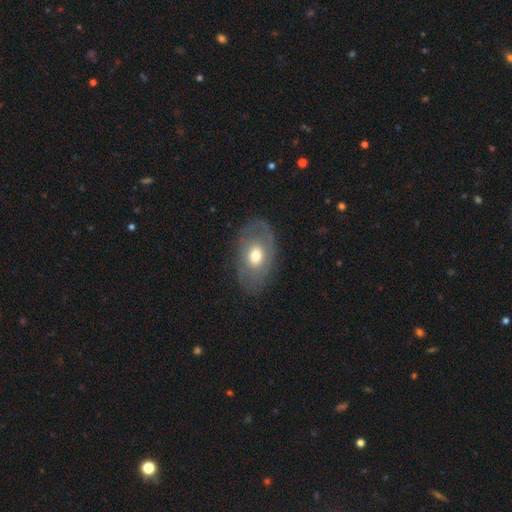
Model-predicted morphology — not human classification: smooth 53%, featured or disk 40%, star or artifact 7%. Down the decision tree: how rounded — in between (86%); merging — none (78%).